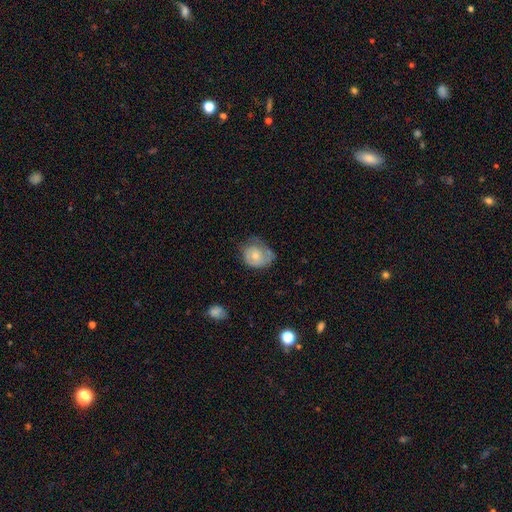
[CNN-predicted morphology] Q: Smooth or featured?
A: smooth (51%); runner-up: featured or disk (42%)
Q: How rounded?
A: round (56%); runner-up: in between (43%)
Q: Merging?
A: none (42%); runner-up: minor disturbance (34%)